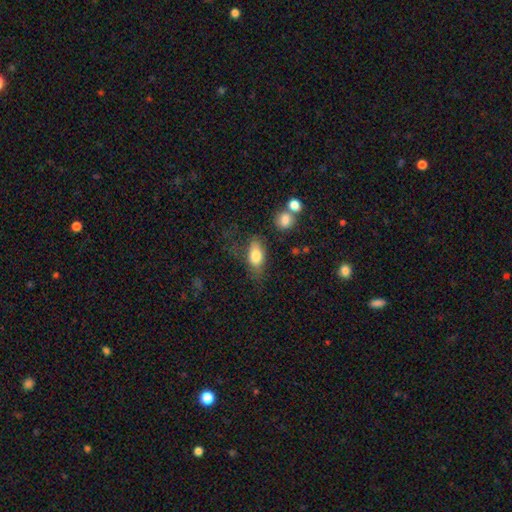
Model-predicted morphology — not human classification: smooth_or_featured: smooth (p=0.78) [alt: featured or disk p=0.14]
how_rounded: in between (p=0.83) [alt: cigar-shaped p=0.09]
merging: none (p=0.54) [alt: minor disturbance p=0.26]